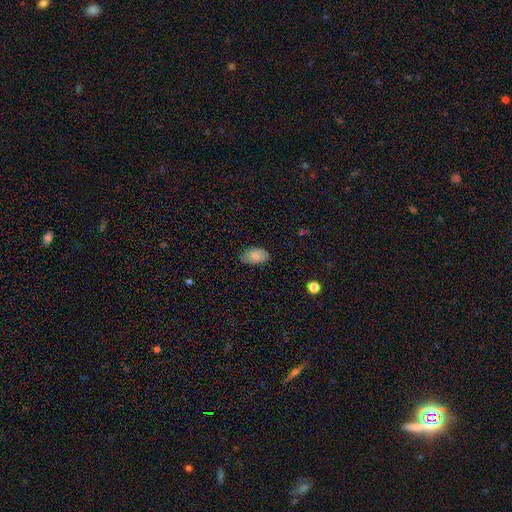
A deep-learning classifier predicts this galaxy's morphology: smooth-or-featured: smooth: 79% | featured or disk: 13% | star or artifact: 8%
  how-rounded: in between: 92% | round: 7% | cigar-shaped: 1%
  merging: none: 73% | minor disturbance: 21% | major disturbance: 4% | merger: 1%